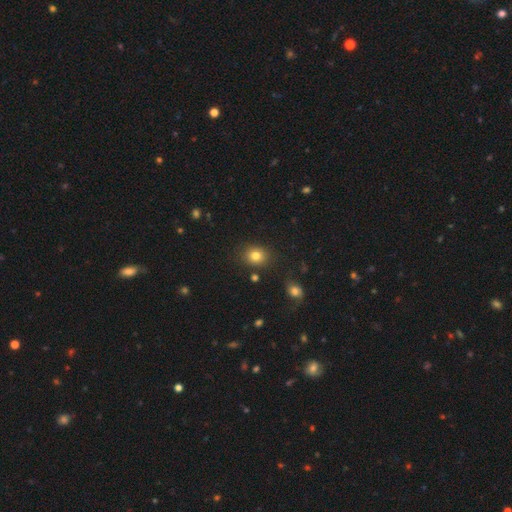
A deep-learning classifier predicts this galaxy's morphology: Overall: smooth (81%). How rounded: round (64%; in between 35%). Merging: none (84%).